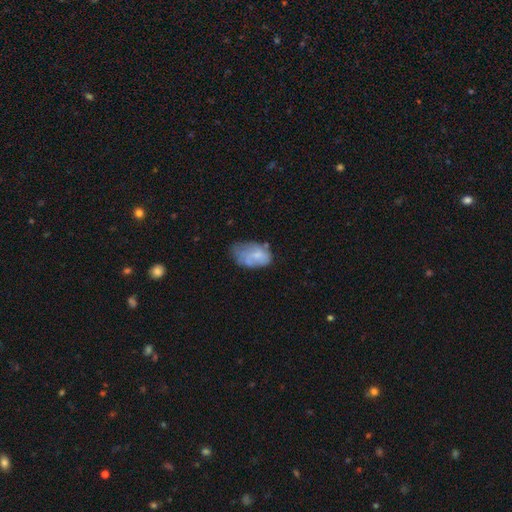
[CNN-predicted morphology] smooth-or-featured: smooth: 60% | featured or disk: 32% | star or artifact: 8%
  how-rounded: in between: 88% | round: 10% | cigar-shaped: 1%
  merging: minor disturbance: 37% | none: 32% | major disturbance: 24% | merger: 7%